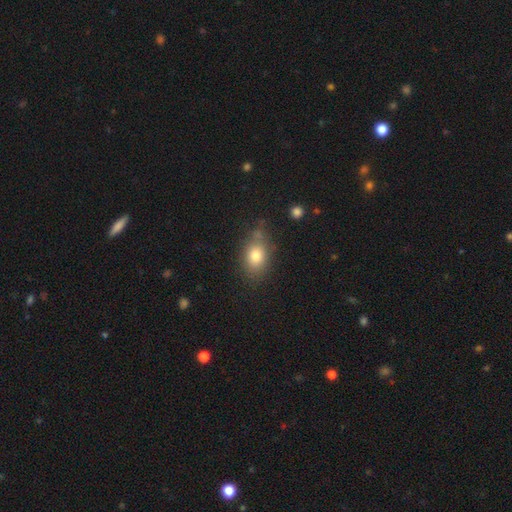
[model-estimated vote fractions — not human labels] smooth-or-featured: smooth: 79% | featured or disk: 11% | star or artifact: 10%
  how-rounded: in between: 74% | round: 24% | cigar-shaped: 2%
  merging: none: 70% | minor disturbance: 19% | major disturbance: 6% | merger: 5%